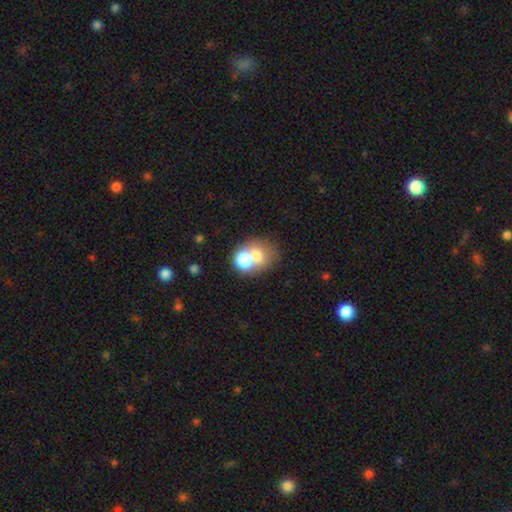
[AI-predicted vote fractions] Overall: smooth (67%). How rounded: round (57%; in between 42%). Merging: merger (65%).